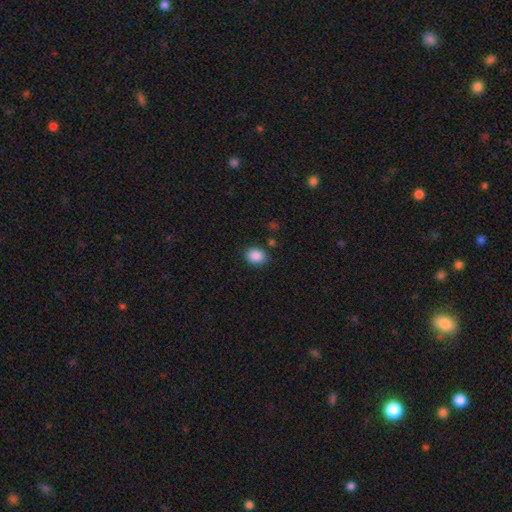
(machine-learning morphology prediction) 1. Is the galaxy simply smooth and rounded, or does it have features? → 88% smooth, 8% star or artifact, 3% featured or disk.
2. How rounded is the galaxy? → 52% round, 47% in between, 1% cigar-shaped.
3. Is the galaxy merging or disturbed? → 86% none, 9% minor disturbance, 3% major disturbance, 2% merger.